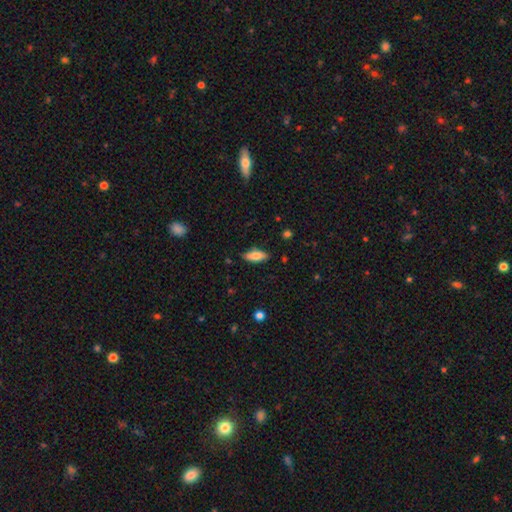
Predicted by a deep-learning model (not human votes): This appears to be a smooth galaxy with no disk features (77%) that is in between round and cigar-shaped (75%). Merging: none (83%).